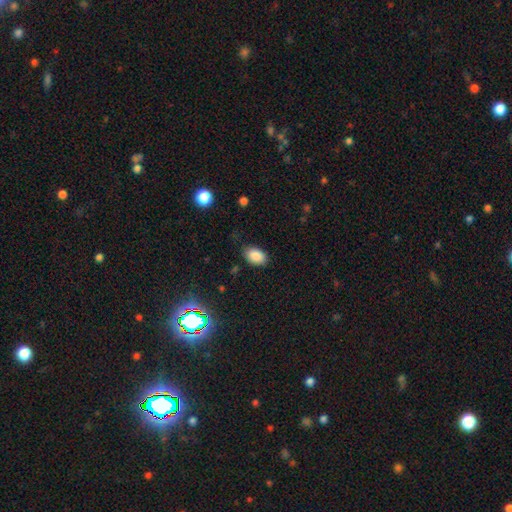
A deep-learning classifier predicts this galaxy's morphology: Q: Smooth or featured?
A: smooth (87%); runner-up: star or artifact (9%)
Q: How rounded?
A: in between (88%); runner-up: round (11%)
Q: Merging?
A: none (82%); runner-up: minor disturbance (14%)